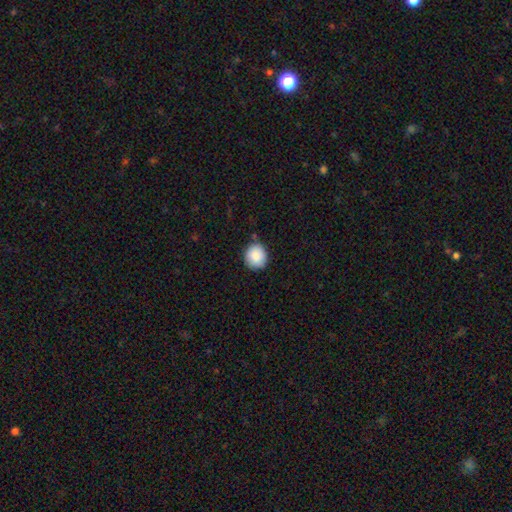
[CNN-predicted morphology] Overall: smooth (87%). How rounded: round (85%). Merging: none (84%).